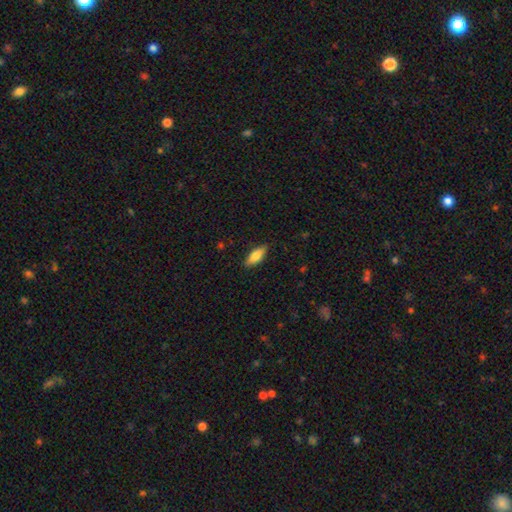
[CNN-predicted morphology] smooth 78%, featured or disk 16%, star or artifact 6%. Down the decision tree: how rounded — in between (73%); merging — none (85%).